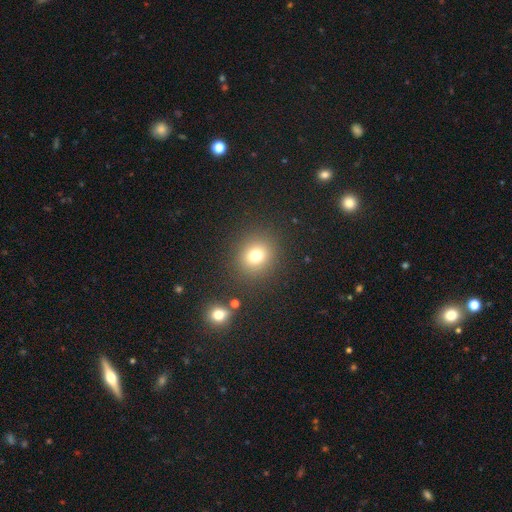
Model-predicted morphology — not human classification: smooth-or-featured: smooth: 75% | star or artifact: 16% | featured or disk: 9%
  how-rounded: round: 82% | in between: 17% | cigar-shaped: 1%
  merging: none: 87% | minor disturbance: 7% | major disturbance: 3% | merger: 3%